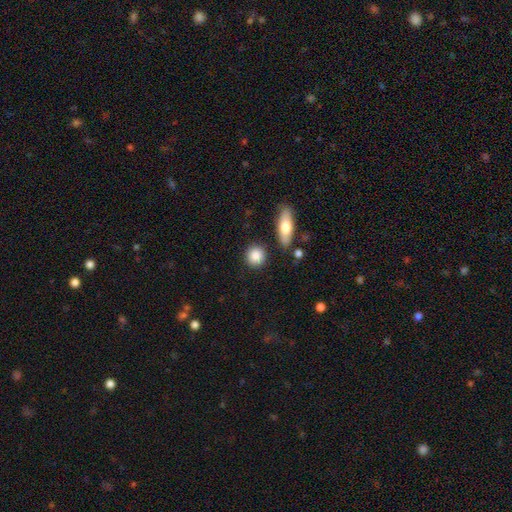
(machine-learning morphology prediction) This is clearly a smooth galaxy (87%). How rounded: clearly round (81%). Merging: clearly none (85%).